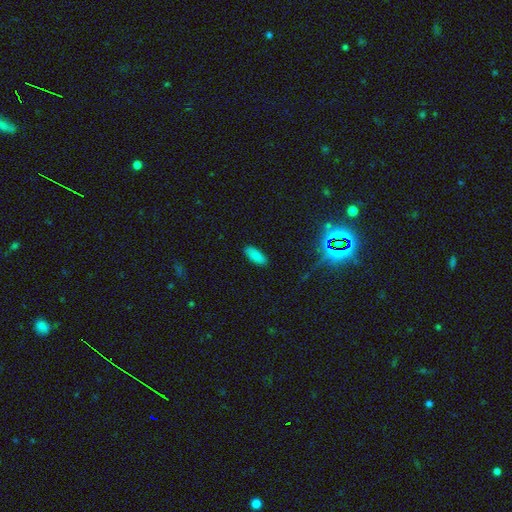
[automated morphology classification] The model was most divided on "how rounded": in between: 84%, cigar-shaped: 14%, round: 2%. More confident: merging — none (87%); smooth or featured — smooth (84%).